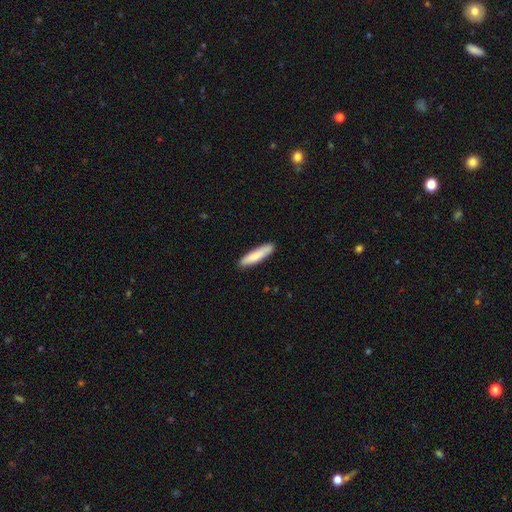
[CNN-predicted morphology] Smooth or featured: smooth — 82% (featured or disk — 12%)
How rounded: cigar-shaped — 83% (in between — 16%)
Merging: none — 87% (minor disturbance — 10%)